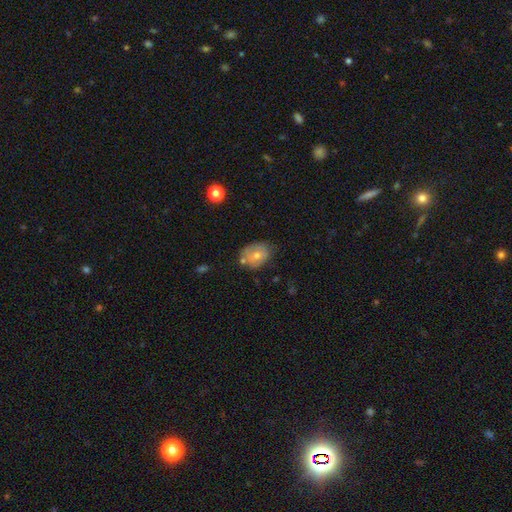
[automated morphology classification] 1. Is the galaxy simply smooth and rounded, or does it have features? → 65% smooth, 27% featured or disk, 8% star or artifact.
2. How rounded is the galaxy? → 59% in between, 40% round, 1% cigar-shaped.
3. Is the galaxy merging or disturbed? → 56% none, 27% minor disturbance, 10% merger, 7% major disturbance.